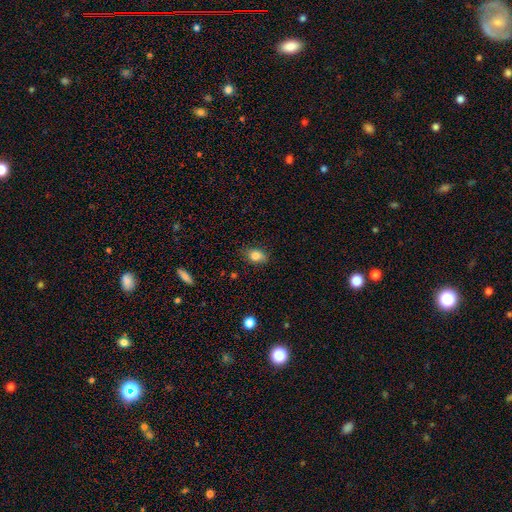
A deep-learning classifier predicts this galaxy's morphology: type=smooth (82%); roundness=in between (70%); merging=none (79%).